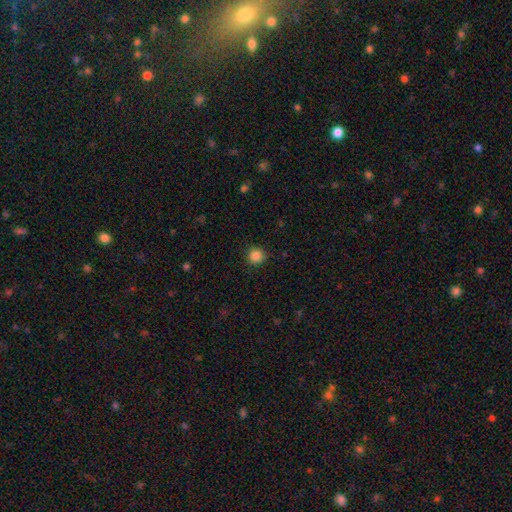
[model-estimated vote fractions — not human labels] smooth-or-featured: smooth: 85% | star or artifact: 11% | featured or disk: 4%
  how-rounded: round: 92% | in between: 7% | cigar-shaped: 1%
  merging: none: 89% | minor disturbance: 7% | major disturbance: 2% | merger: 1%